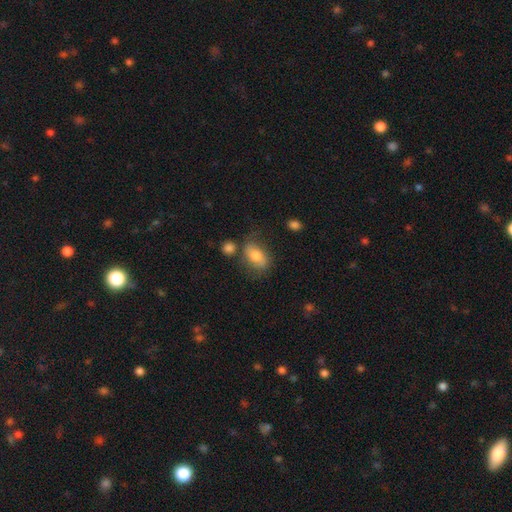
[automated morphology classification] smooth-or-featured: smooth: 64% | featured or disk: 27% | star or artifact: 8%
  how-rounded: in between: 84% | round: 13% | cigar-shaped: 3%
  merging: none: 59% | minor disturbance: 23% | major disturbance: 9% | merger: 9%